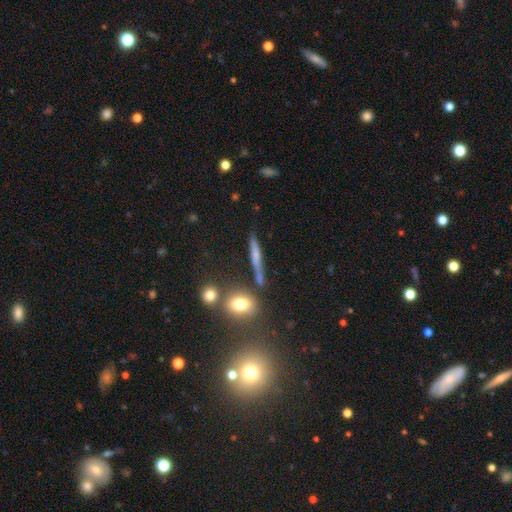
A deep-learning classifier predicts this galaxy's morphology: This appears to be a smooth galaxy with no disk features (52%) that is cigar-shaped (79%). Merging: none (74%).